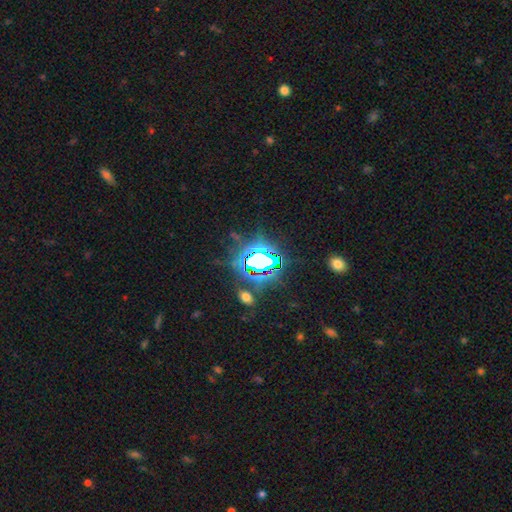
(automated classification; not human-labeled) star or artifact 80%, smooth 11%, featured or disk 8%.